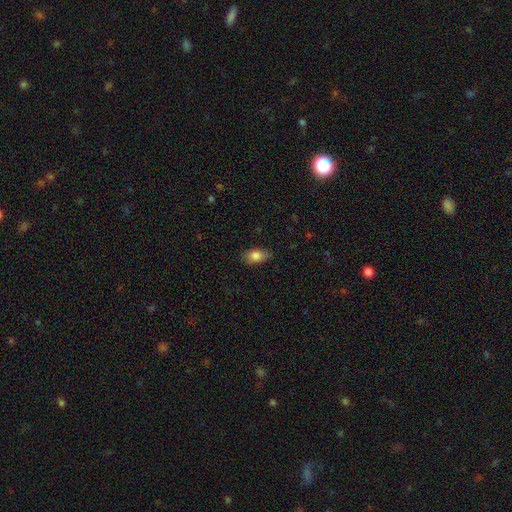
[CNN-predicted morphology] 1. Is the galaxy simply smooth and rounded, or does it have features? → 82% smooth, 10% featured or disk, 8% star or artifact.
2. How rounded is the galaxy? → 86% in between, 9% round, 5% cigar-shaped.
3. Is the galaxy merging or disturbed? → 74% none, 21% minor disturbance, 4% major disturbance, 1% merger.